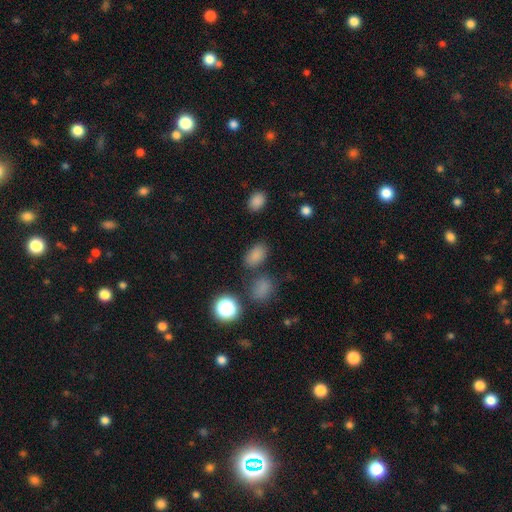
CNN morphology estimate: Overall: smooth (81%). How rounded: in between (87%). Merging: none (75%).